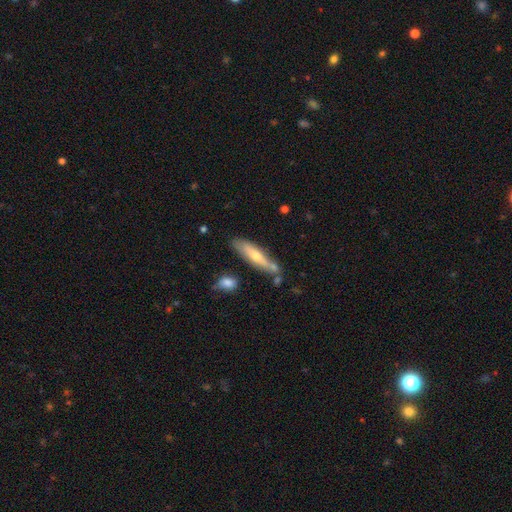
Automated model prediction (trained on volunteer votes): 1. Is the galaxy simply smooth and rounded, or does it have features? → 49% smooth, 45% featured or disk, 6% star or artifact.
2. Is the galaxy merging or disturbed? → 64% none, 20% minor disturbance, 11% merger, 5% major disturbance.